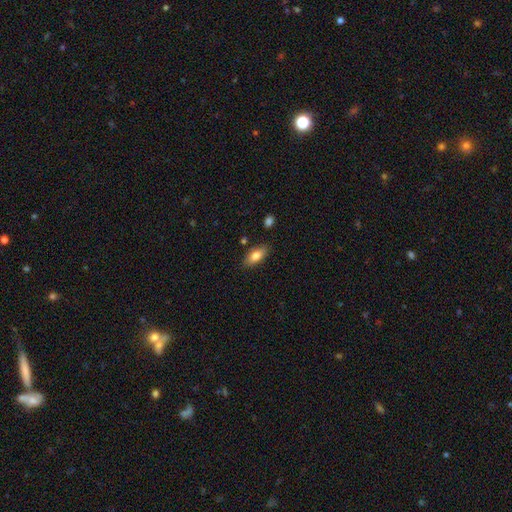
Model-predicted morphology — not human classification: smooth_or_featured: smooth (p=0.79) [alt: featured or disk p=0.14]
how_rounded: in between (p=0.84) [alt: cigar-shaped p=0.13]
merging: none (p=0.82) [alt: minor disturbance p=0.12]